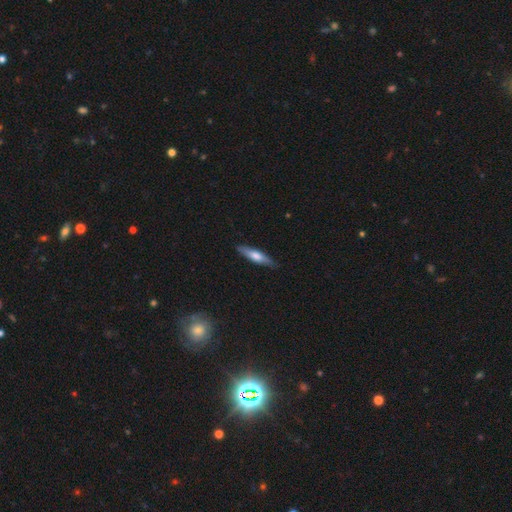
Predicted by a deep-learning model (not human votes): Smooth or featured: smooth — 57% (featured or disk — 37%)
How rounded: cigar-shaped — 78% (in between — 21%)
Merging: none — 85% (minor disturbance — 12%)